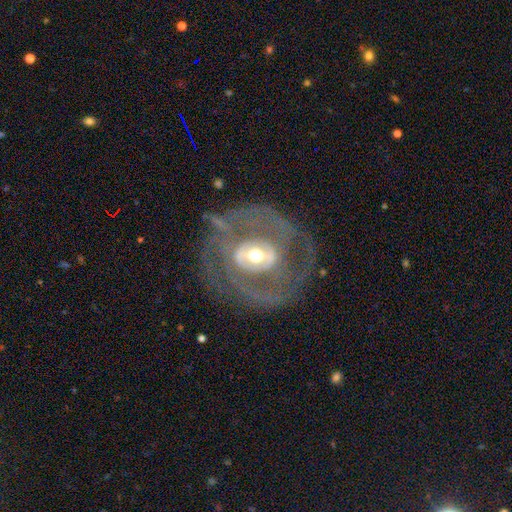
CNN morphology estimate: A featured or disk galaxy (82%) with no bar (39%), 2 (57%) medium (41%) spiral arms (67%) and a moderate central bulge (65%). Merging: none (68%).